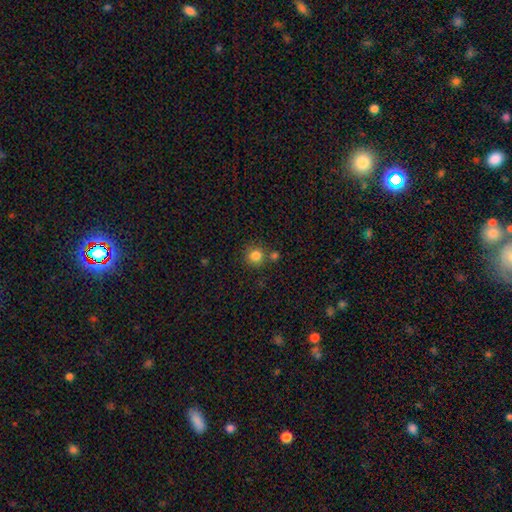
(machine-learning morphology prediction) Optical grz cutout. It shows a smooth galaxy with no disk features (83%) that is round (91%). Merging: none (74%).